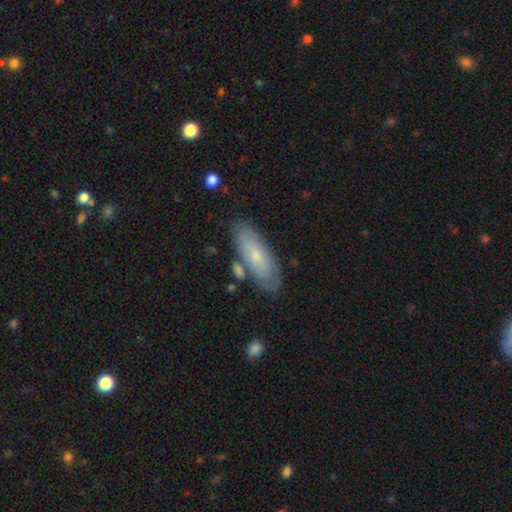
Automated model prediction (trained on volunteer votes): Smooth or featured?
  - smooth: 67% *
  - featured or disk: 27%
  - star or artifact: 6%
How rounded?
  - in between: 70% *
  - cigar-shaped: 28%
  - round: 2%
Merging?
  - none: 75% *
  - minor disturbance: 15%
  - merger: 7%
  - major disturbance: 3%